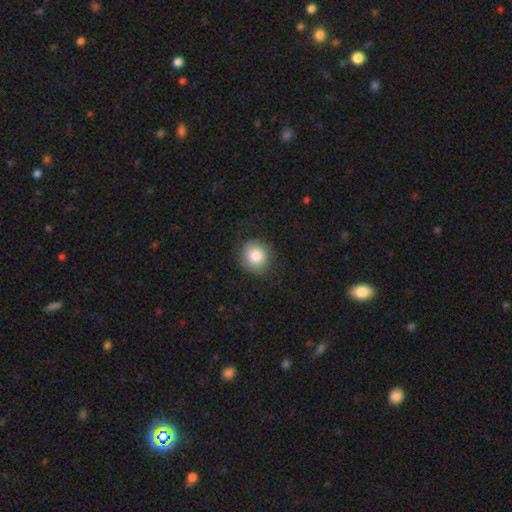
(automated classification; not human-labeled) smooth-or-featured: smooth: 82% | featured or disk: 9% | star or artifact: 8%
  how-rounded: round: 89% | in between: 10% | cigar-shaped: 1%
  merging: none: 84% | minor disturbance: 12% | major disturbance: 4% | merger: 1%